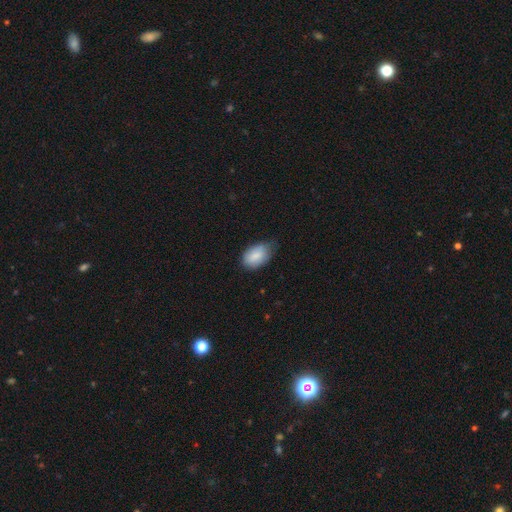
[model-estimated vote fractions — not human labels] This appears to be a smooth galaxy with no disk features (85%) that is in between round and cigar-shaped (92%). Merging: none (53%).